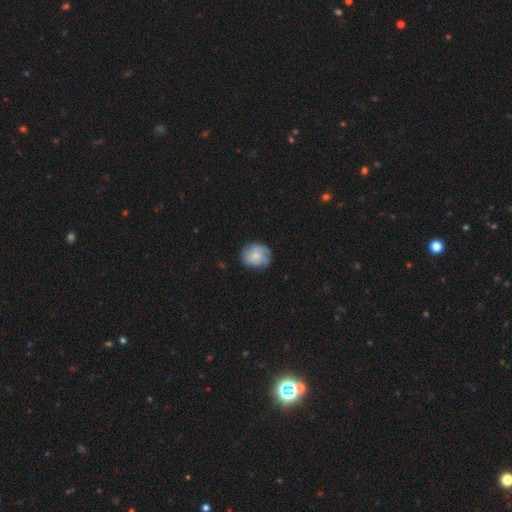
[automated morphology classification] Overall: smooth (56%; featured or disk 37%). How rounded: round (73%). Merging: none (66%).